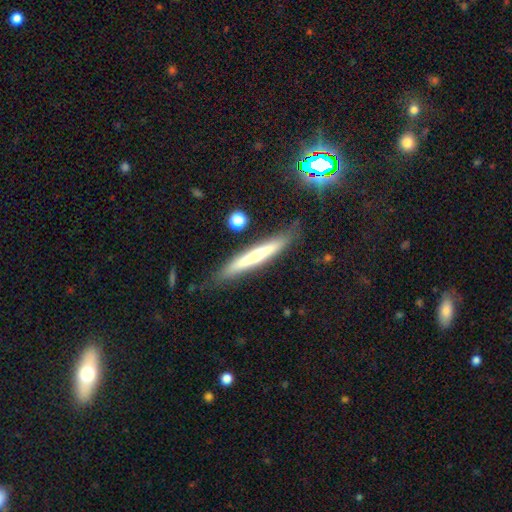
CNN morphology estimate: smooth-or-featured: smooth: 55% | featured or disk: 39% | star or artifact: 7%
  how-rounded: cigar-shaped: 94% | in between: 4% | round: 1%
  merging: none: 83% | minor disturbance: 12% | major disturbance: 3% | merger: 2%